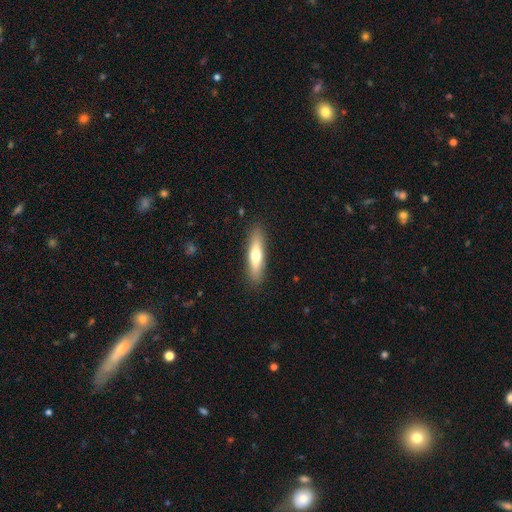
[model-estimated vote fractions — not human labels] A smooth galaxy with no disk features (64%) that is cigar-shaped (75%). Merging: none (89%).